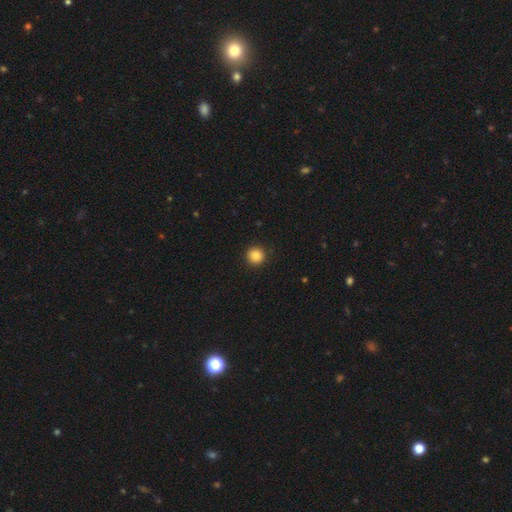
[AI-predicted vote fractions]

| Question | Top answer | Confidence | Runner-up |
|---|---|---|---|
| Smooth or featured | smooth | 86% | star or artifact (10%) |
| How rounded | round | 95% | in between (4%) |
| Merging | none | 93% | minor disturbance (5%) |